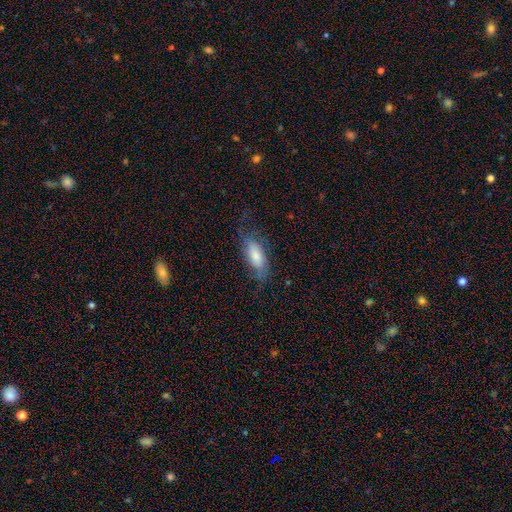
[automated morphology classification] Smooth or featured: smooth — 63% (featured or disk — 30%)
How rounded: in between — 80% (cigar-shaped — 17%)
Merging: none — 62% (minor disturbance — 23%)